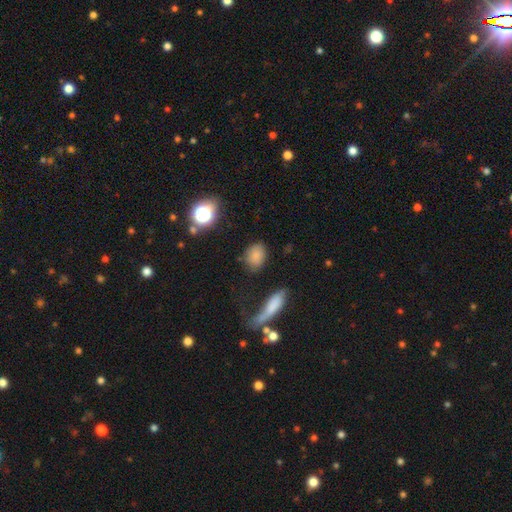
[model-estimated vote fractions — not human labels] This is clearly a smooth galaxy (81%). How rounded: likely in between (66%). Merging: likely none (76%).